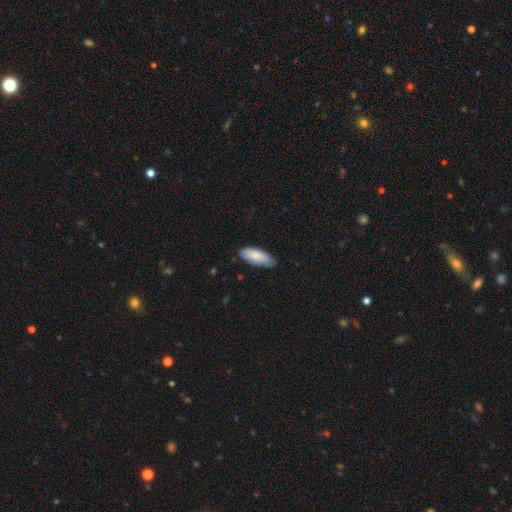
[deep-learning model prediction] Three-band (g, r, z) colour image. It shows a smooth galaxy with no disk features (85%) that is in between round and cigar-shaped (74%). Merging: none (79%).